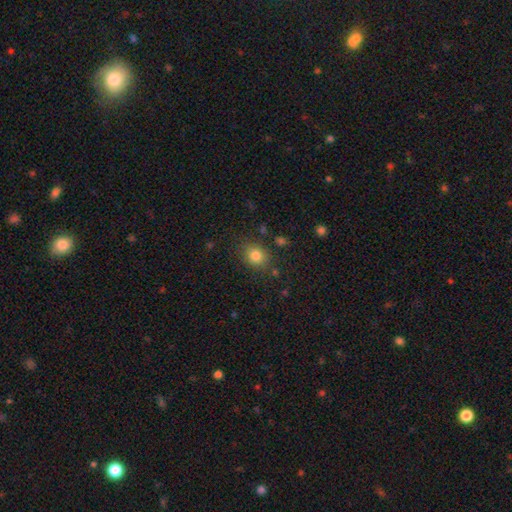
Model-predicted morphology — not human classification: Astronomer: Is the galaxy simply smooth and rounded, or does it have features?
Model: smooth — 82%.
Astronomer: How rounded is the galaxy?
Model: round — 67%.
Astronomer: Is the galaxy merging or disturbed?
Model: none — 81%.